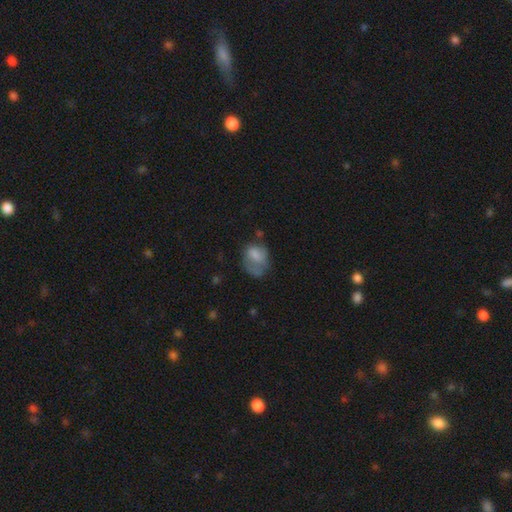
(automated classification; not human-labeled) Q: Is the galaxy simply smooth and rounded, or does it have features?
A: smooth — 65%.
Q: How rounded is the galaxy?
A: in between — 64%.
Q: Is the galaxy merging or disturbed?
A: major disturbance — 35%.